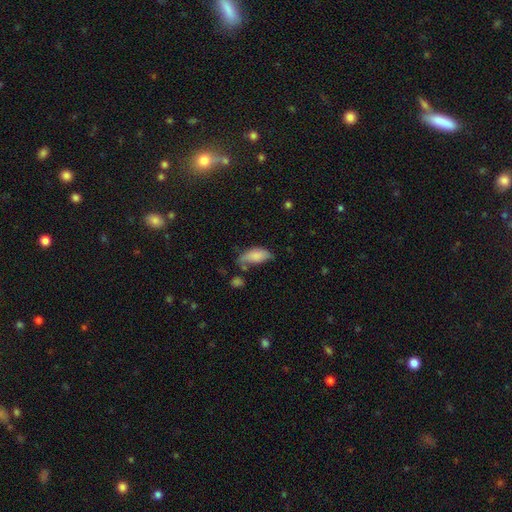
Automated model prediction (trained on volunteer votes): smooth_or_featured: smooth (p=0.80) [alt: featured or disk p=0.12]
how_rounded: in between (p=0.89) [alt: cigar-shaped p=0.09]
merging: none (p=0.38) [alt: minor disturbance p=0.33]